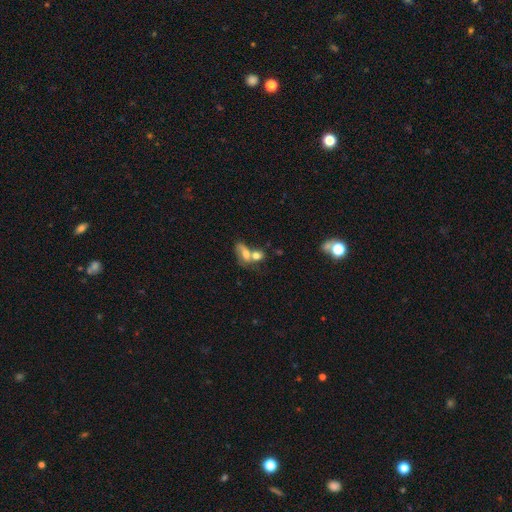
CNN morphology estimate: Smooth or featured?
  - smooth: 67% *
  - featured or disk: 21%
  - star or artifact: 12%
How rounded?
  - in between: 68% *
  - round: 27%
  - cigar-shaped: 5%
Merging?
  - merger: 63% *
  - none: 21%
  - minor disturbance: 9%
  - major disturbance: 8%